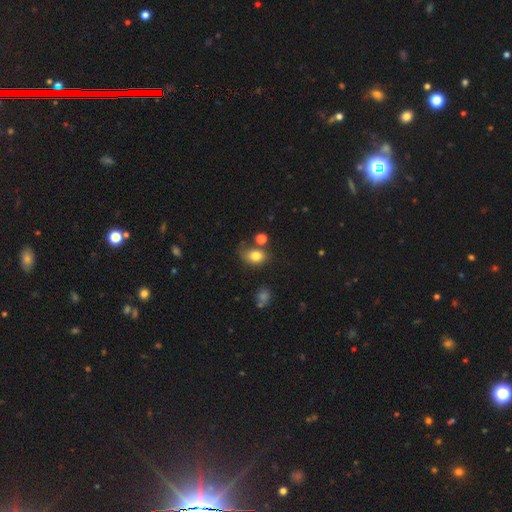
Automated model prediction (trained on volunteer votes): Overall: smooth (79%). How rounded: in between (63%; round 35%). Merging: none (54%; minor disturbance 24%).